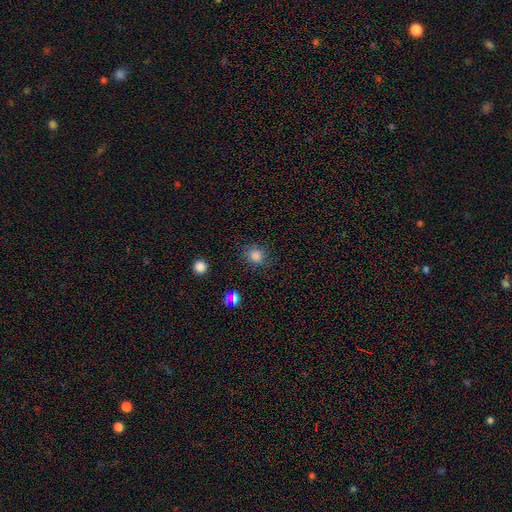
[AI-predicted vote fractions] A smooth galaxy with no disk features (79%) that is round (79%).

Vote fractions:
- Smooth or featured? smooth: 79% / star or artifact: 15% / featured or disk: 6%
- How rounded? round: 79% / in between: 20% / cigar-shaped: 1%
- Merging? none: 84% / minor disturbance: 11% / major disturbance: 3% / merger: 2%